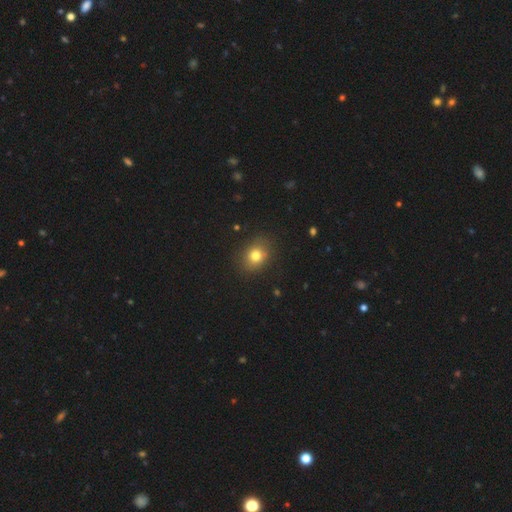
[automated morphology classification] This appears to be a smooth galaxy with no disk features (78%) that is round (51%). Merging: none (84%).